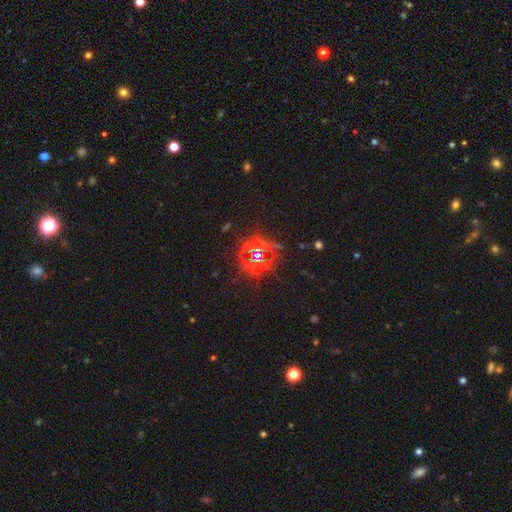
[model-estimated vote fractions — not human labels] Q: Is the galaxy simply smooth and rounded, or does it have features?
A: star or artifact — 81%.